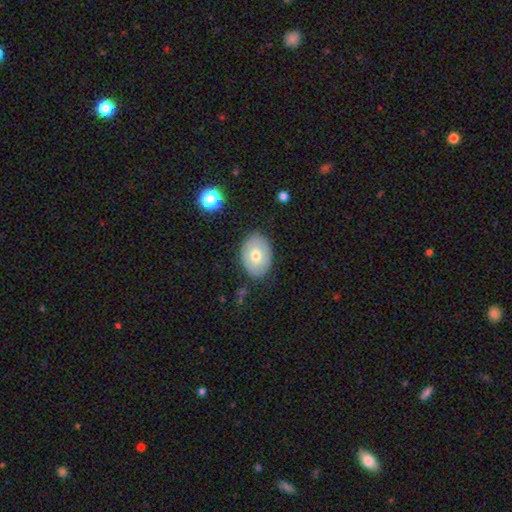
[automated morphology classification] A smooth galaxy with no disk features (62%) that is in between round and cigar-shaped (79%). Merging: none (83%).